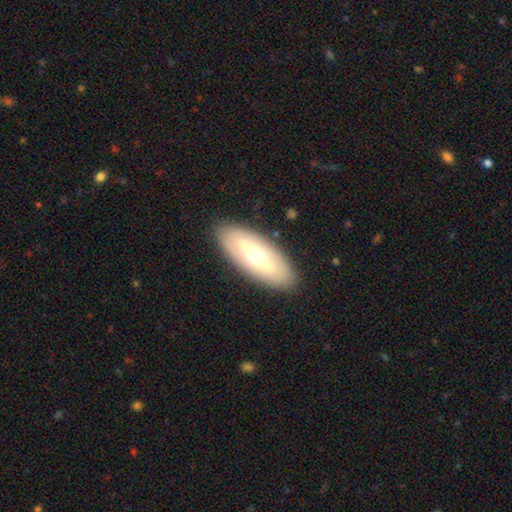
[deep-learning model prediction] A featured or disk galaxy (51%).

Vote fractions:
- Smooth or featured? featured or disk: 51% / smooth: 43% / star or artifact: 6%
- Edge-on disk? no: 78% / yes: 22%
- Merging? none: 86% / minor disturbance: 9% / major disturbance: 3% / merger: 1%